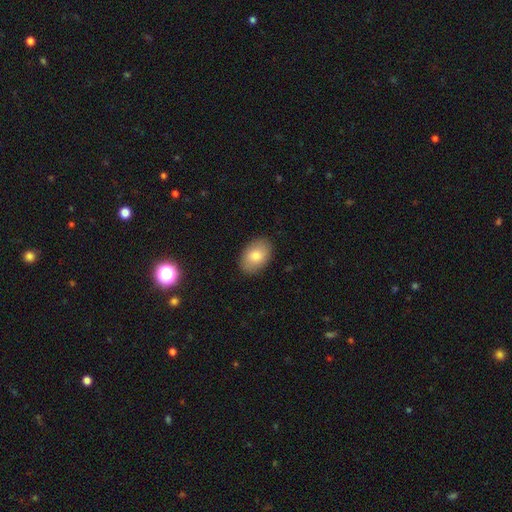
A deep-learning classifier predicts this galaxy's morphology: Smooth or featured: smooth — 81% (featured or disk — 13%)
How rounded: in between — 86% (round — 13%)
Merging: none — 88% (minor disturbance — 9%)